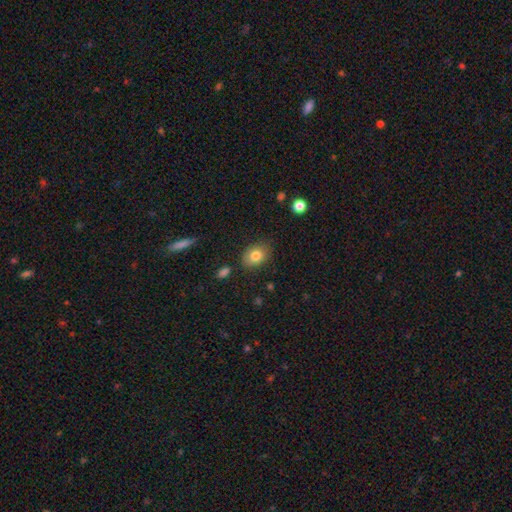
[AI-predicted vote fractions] Smooth or featured?
  - smooth: 81% *
  - featured or disk: 11%
  - star or artifact: 9%
How rounded?
  - in between: 71% *
  - round: 28%
  - cigar-shaped: 1%
Merging?
  - none: 81% *
  - minor disturbance: 14%
  - major disturbance: 3%
  - merger: 2%